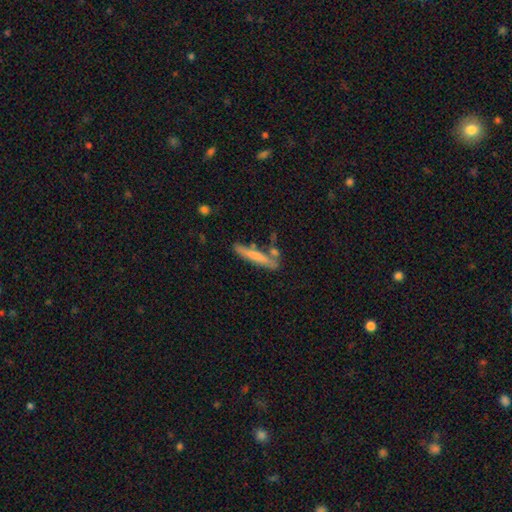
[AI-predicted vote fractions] Overall: smooth (63%; featured or disk 31%). How rounded: cigar-shaped (91%). Merging: none (67%).